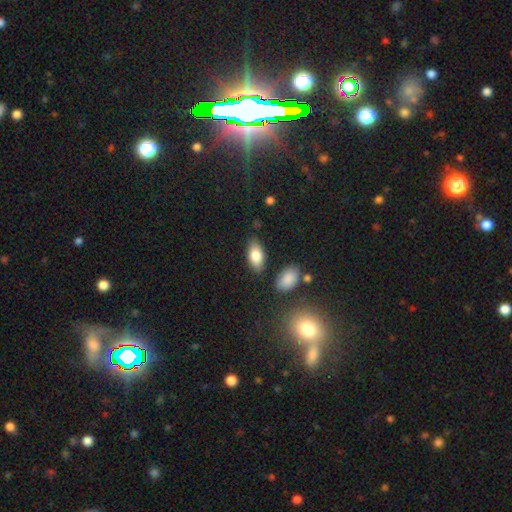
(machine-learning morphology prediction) This is clearly a smooth galaxy (81%). How rounded: clearly in between (91%). Merging: clearly none (81%).